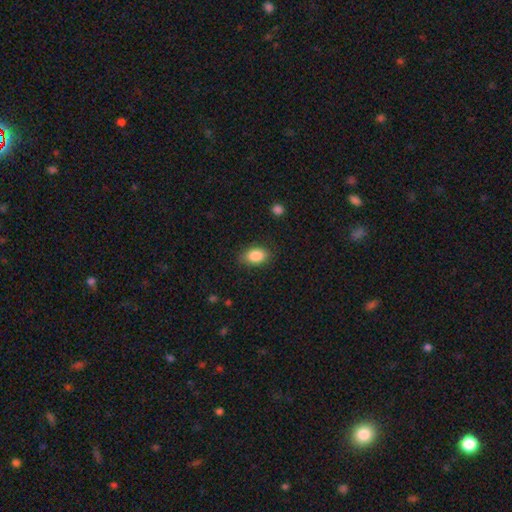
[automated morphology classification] Smooth or featured?
  - smooth: 87% *
  - star or artifact: 8%
  - featured or disk: 6%
How rounded?
  - in between: 87% *
  - round: 11%
  - cigar-shaped: 2%
Merging?
  - none: 83% *
  - minor disturbance: 13%
  - major disturbance: 3%
  - merger: 1%